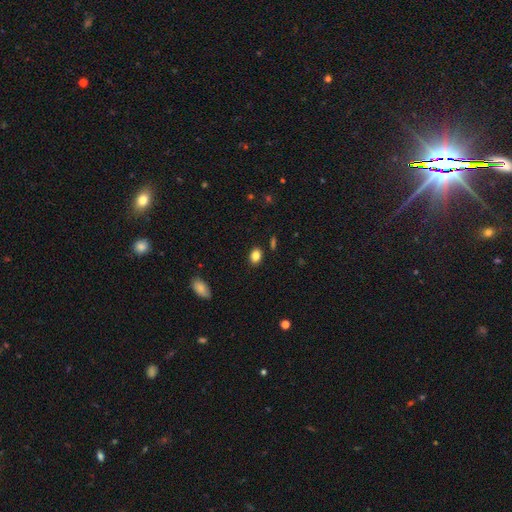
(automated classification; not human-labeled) A smooth galaxy with no disk features (84%) that is in between round and cigar-shaped (66%).

Vote fractions:
- Smooth or featured? smooth: 84% / star or artifact: 10% / featured or disk: 6%
- How rounded? in between: 66% / round: 33% / cigar-shaped: 1%
- Merging? none: 87% / minor disturbance: 9% / major disturbance: 2% / merger: 2%